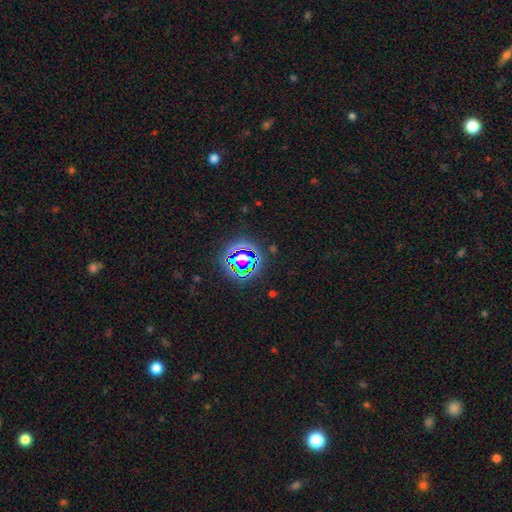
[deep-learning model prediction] smooth-or-featured: star or artifact: 79% | smooth: 14% | featured or disk: 8%